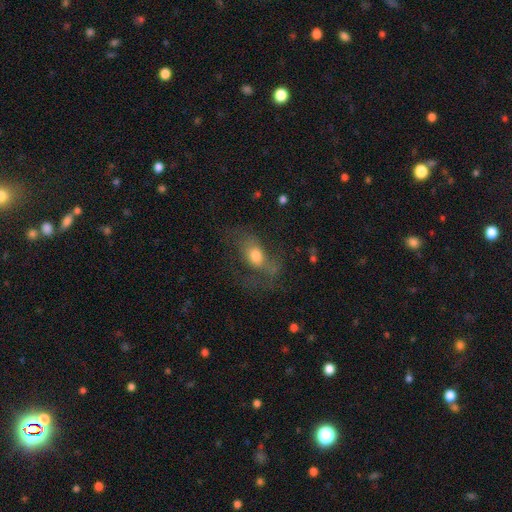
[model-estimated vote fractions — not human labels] This is possibly a smooth galaxy (48%). Merging: marginally none (42%).